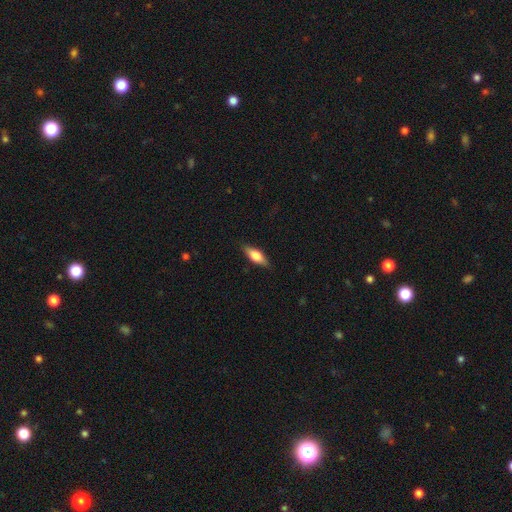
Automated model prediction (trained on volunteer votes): The model was most divided on "how rounded": in between: 63%, cigar-shaped: 34%, round: 3%. More confident: merging — none (85%); smooth or featured — smooth (65%).